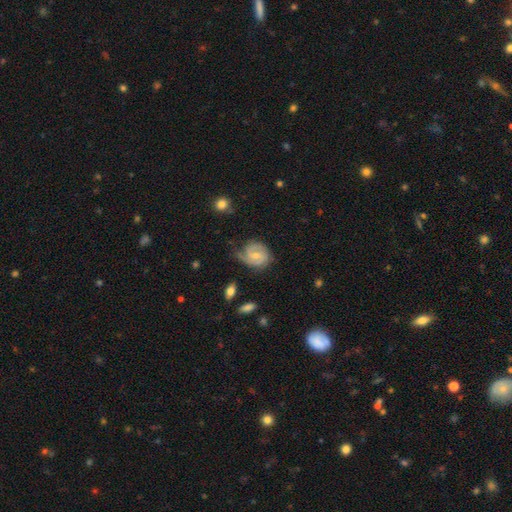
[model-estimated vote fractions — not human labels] Morphology: type=featured or disk (73%); edge-on=no (97%); bar=weak (49%); spiral arms=yes (92%); winding=tight (48%); arm count=2 (56%); bulge=small (51%); merging=none (56%).